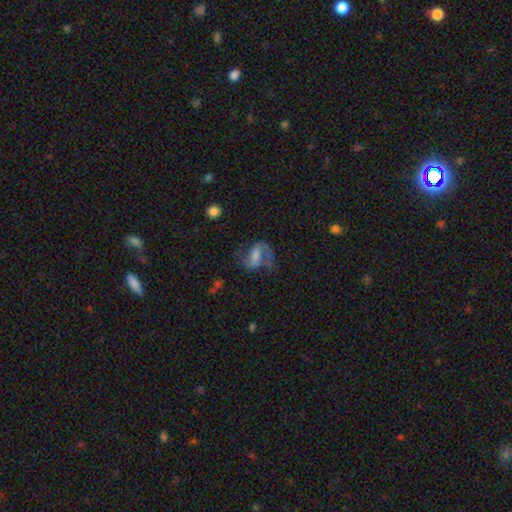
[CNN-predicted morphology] smooth_or_featured: featured or disk (p=0.64) [alt: smooth p=0.27]
disk_edge_on: no (p=0.96) [alt: yes p=0.04]
bar: weak (p=0.43) [alt: strong p=0.31]
has_spiral_arms: yes (p=0.83) [alt: no p=0.17]
spiral_winding: loose (p=0.45) [alt: medium p=0.43]
spiral_arm_count: 2 (p=0.78) [alt: 1 p=0.12]
bulge_size: moderate (p=0.33) [alt: small p=0.25]
merging: none (p=0.45) [alt: major disturbance p=0.31]